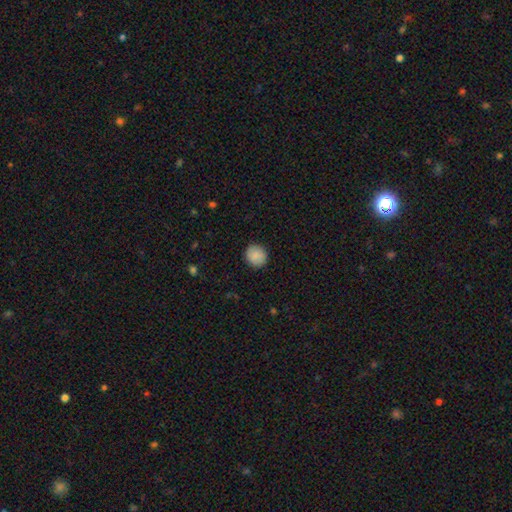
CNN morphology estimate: Overall: smooth (89%). How rounded: round (90%). Merging: none (91%).